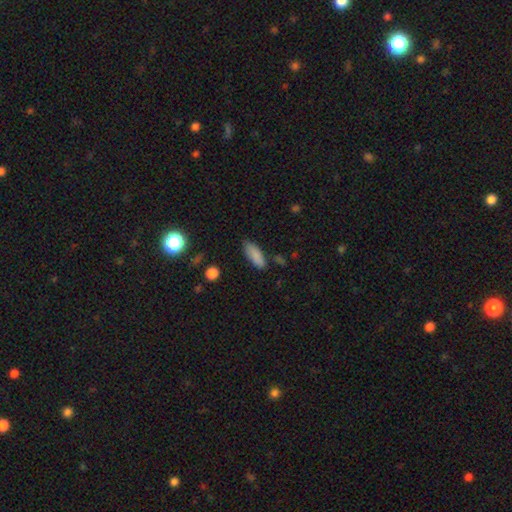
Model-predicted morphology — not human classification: Overall: smooth (86%). How rounded: in between (72%). Merging: none (74%).